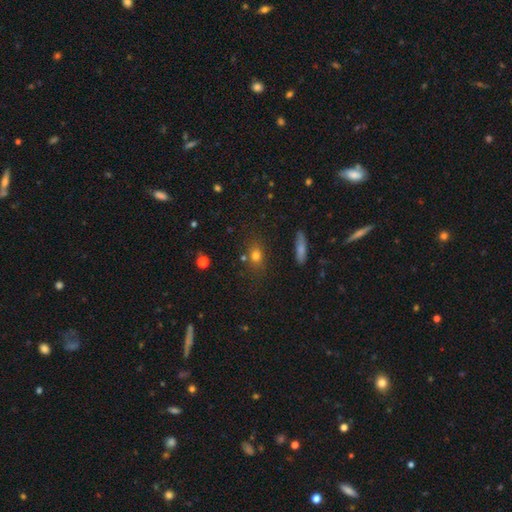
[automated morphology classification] Smooth or featured: smooth — 74% (star or artifact — 15%)
How rounded: in between — 53% (round — 40%)
Merging: none — 75% (minor disturbance — 13%)